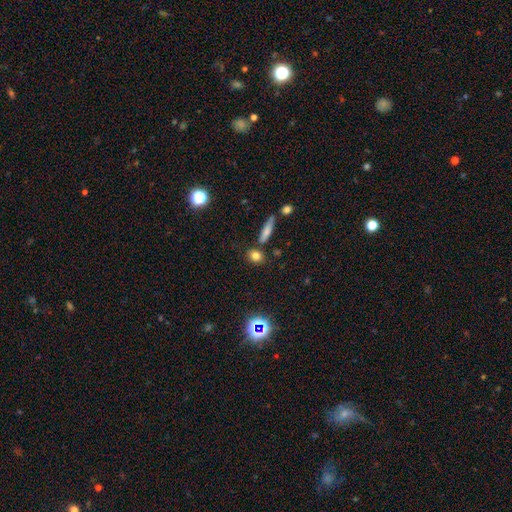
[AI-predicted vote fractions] A smooth galaxy with no disk features (77%) that is round (59%).

Vote fractions:
- Smooth or featured? smooth: 77% / star or artifact: 15% / featured or disk: 8%
- How rounded? round: 59% / in between: 34% / cigar-shaped: 7%
- Merging? none: 76% / minor disturbance: 11% / merger: 10% / major disturbance: 3%